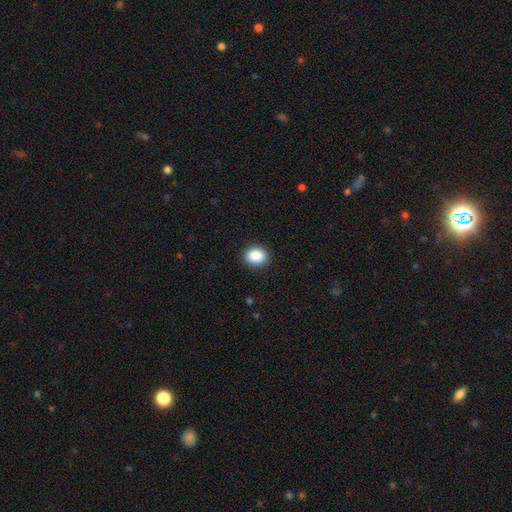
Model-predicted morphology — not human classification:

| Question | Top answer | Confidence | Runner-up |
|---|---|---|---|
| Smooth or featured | smooth | 89% | star or artifact (8%) |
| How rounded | round | 54% | in between (45%) |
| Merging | none | 90% | minor disturbance (7%) |